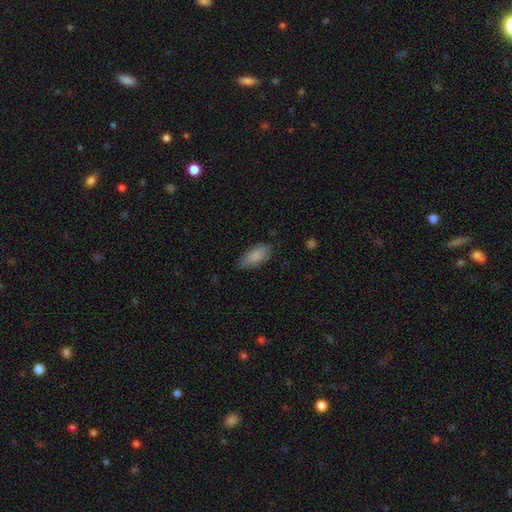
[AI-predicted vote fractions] A smooth galaxy with no disk features (86%) that is in between round and cigar-shaped (88%). Merging: none (75%).